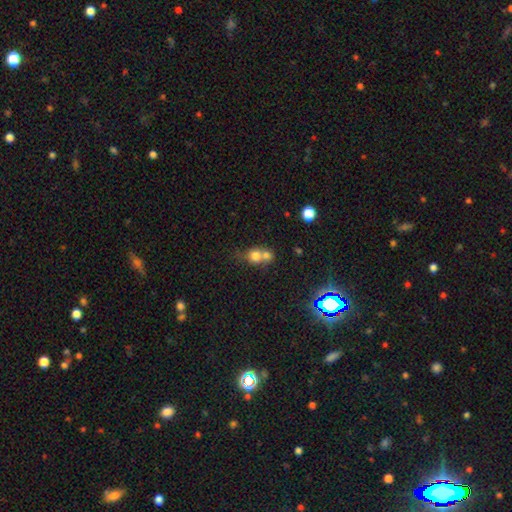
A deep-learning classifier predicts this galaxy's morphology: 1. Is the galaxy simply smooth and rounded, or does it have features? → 73% smooth, 15% featured or disk, 12% star or artifact.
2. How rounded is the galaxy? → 73% round, 25% in between, 2% cigar-shaped.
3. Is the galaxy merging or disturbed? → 61% merger, 28% none, 7% minor disturbance, 4% major disturbance.